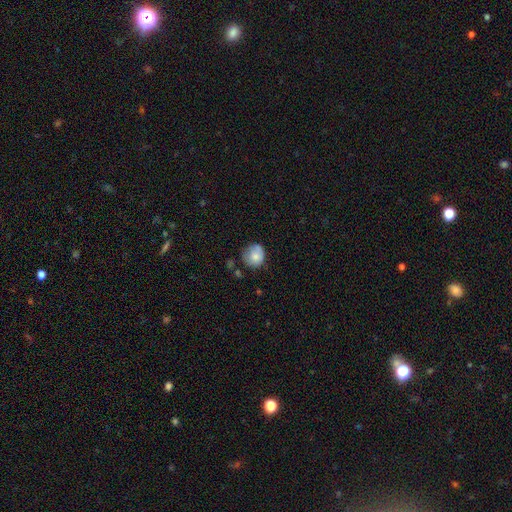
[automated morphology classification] A smooth galaxy with no disk features (77%) that is round (84%).

Vote fractions:
- Smooth or featured? smooth: 77% / featured or disk: 14% / star or artifact: 8%
- How rounded? round: 84% / in between: 16% / cigar-shaped: 1%
- Merging? none: 60% / minor disturbance: 28% / major disturbance: 7% / merger: 5%